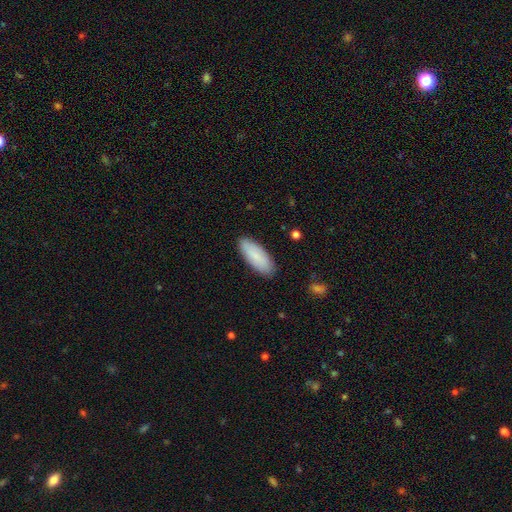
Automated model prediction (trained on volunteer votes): smooth 83%, featured or disk 11%, star or artifact 6%. Down the decision tree: how rounded — in between (77%); merging — none (87%).